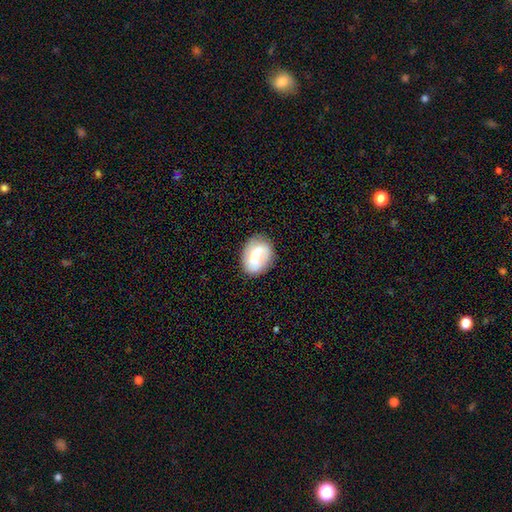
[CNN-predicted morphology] smooth_or_featured: smooth (p=0.51) [alt: featured or disk p=0.42]
how_rounded: in between (p=0.74) [alt: round p=0.24]
merging: none (p=0.79) [alt: minor disturbance p=0.15]